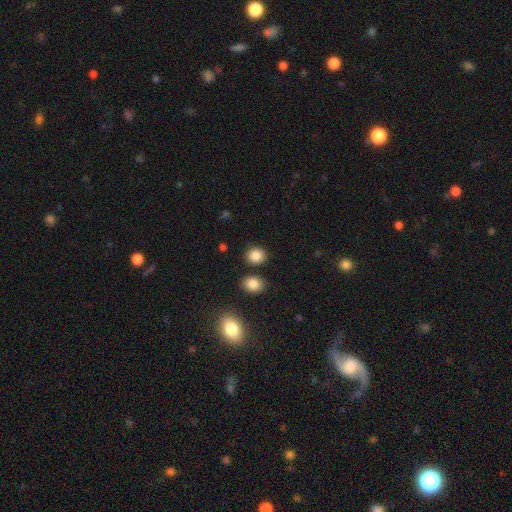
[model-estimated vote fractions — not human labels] Smooth or featured: smooth — 85% (star or artifact — 10%)
How rounded: round — 72% (in between — 27%)
Merging: none — 83% (minor disturbance — 8%)